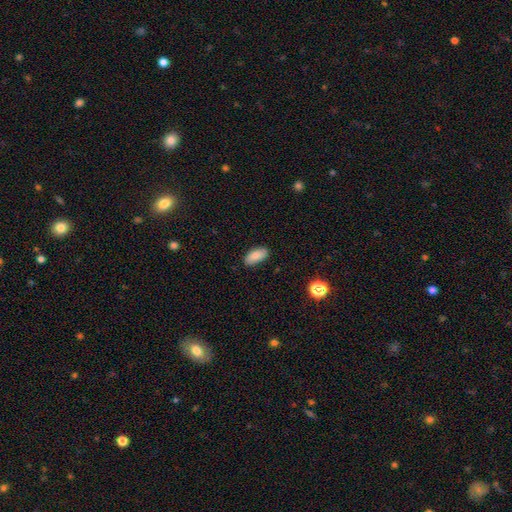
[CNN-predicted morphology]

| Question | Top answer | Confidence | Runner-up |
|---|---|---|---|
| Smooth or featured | smooth | 85% | featured or disk (8%) |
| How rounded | in between | 91% | cigar-shaped (7%) |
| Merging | none | 87% | minor disturbance (10%) |